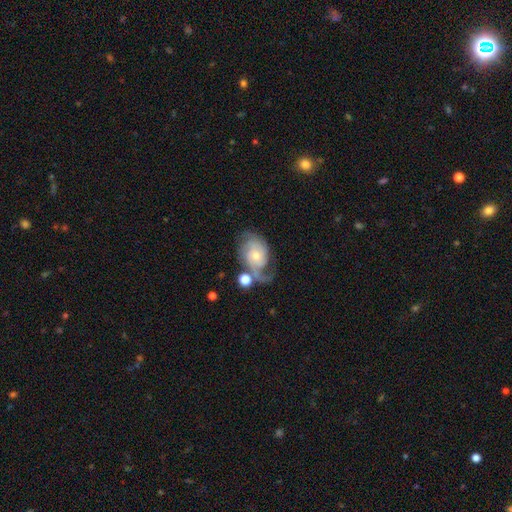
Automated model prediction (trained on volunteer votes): Smooth or featured? Predicted: featured or disk (p=0.79). Edge-on disk? Predicted: no (p=0.97). Bar? Predicted: no (p=0.72). Spiral arms? Predicted: yes (p=0.94). Spiral winding? Predicted: medium (p=0.41). Spiral arm count? Predicted: 2 (p=0.52). Bulge size? Predicted: small (p=0.53). Merging? Predicted: none (p=0.42).